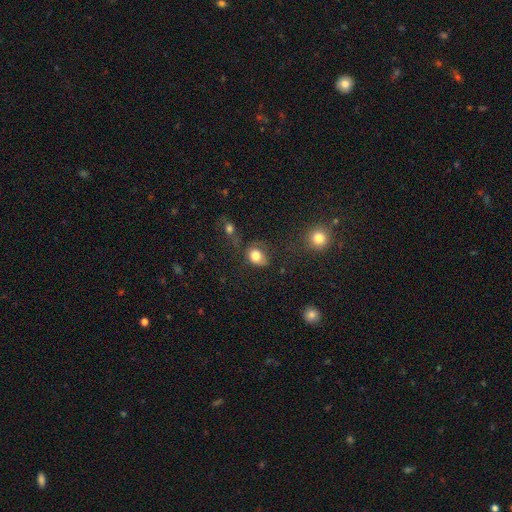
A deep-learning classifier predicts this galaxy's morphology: Q: Smooth or featured?
A: smooth (80%); runner-up: featured or disk (10%)
Q: How rounded?
A: in between (58%); runner-up: round (41%)
Q: Merging?
A: none (47%); runner-up: minor disturbance (26%)